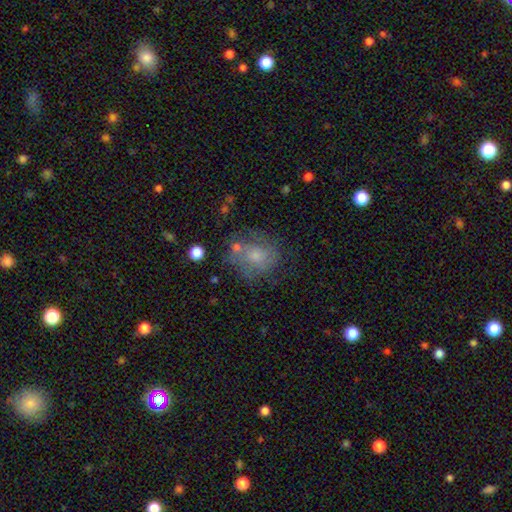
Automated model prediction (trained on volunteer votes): Overall: smooth (55%; featured or disk 34%). How rounded: round (72%). Merging: none (55%; minor disturbance 22%).